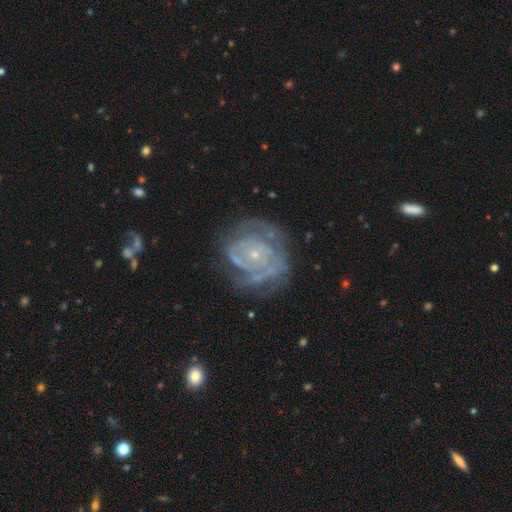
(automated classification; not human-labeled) The model was most divided on "spiral arm count": can't tell: 39%, 2: 25%, 3: 16%, 4: 8%, 1: 7%, more than 4: 6%. More confident: edge-on disk — no (98%); spiral arms — yes (86%); bulge size — small (82%); smooth or featured — featured or disk (82%); bar — no (78%); spiral winding — tight (68%); merging — none (61%).